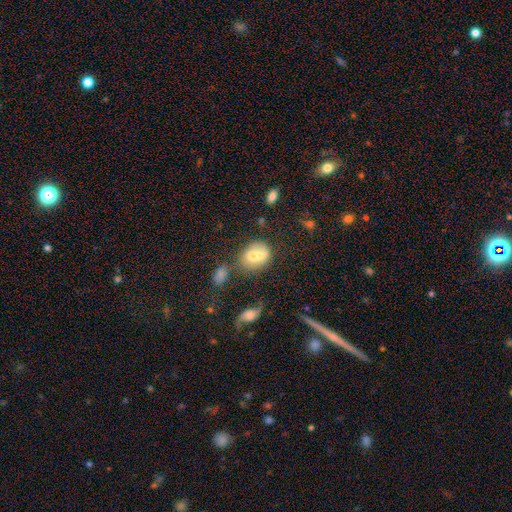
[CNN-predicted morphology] smooth_or_featured: smooth (p=0.66) [alt: featured or disk p=0.24]
how_rounded: in between (p=0.56) [alt: round p=0.42]
merging: none (p=0.39) [alt: merger p=0.35]